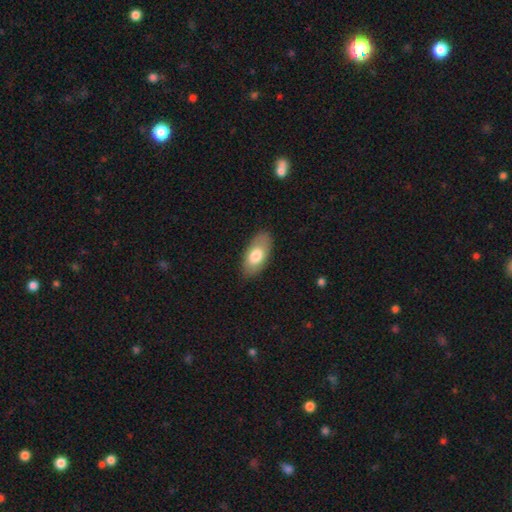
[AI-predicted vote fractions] smooth-or-featured: smooth: 74% | featured or disk: 20% | star or artifact: 6%
  how-rounded: in between: 92% | cigar-shaped: 5% | round: 3%
  merging: none: 83% | minor disturbance: 13% | major disturbance: 3% | merger: 1%